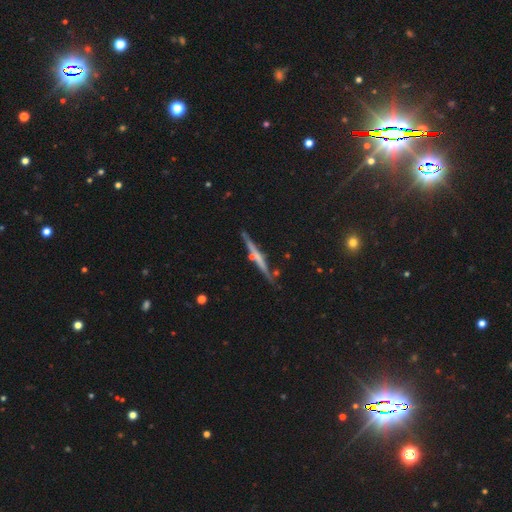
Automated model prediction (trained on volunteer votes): smooth_or_featured: featured or disk (p=0.67) [alt: smooth p=0.23]
disk_edge_on: yes (p=0.96) [alt: no p=0.04]
edge_on_bulge: none (p=0.53) [alt: rounded p=0.33]
merging: none (p=0.83) [alt: minor disturbance p=0.11]